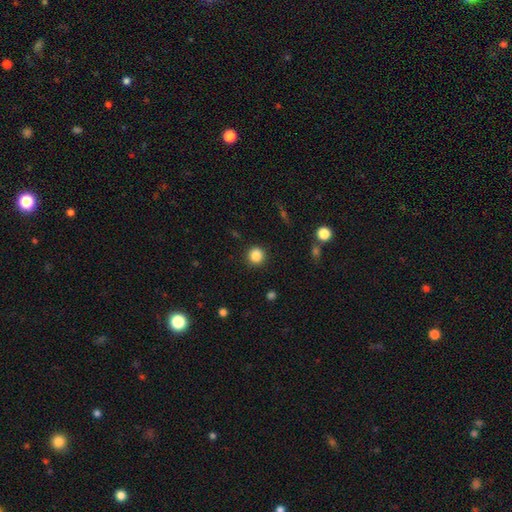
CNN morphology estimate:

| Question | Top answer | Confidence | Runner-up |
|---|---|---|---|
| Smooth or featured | smooth | 86% | star or artifact (11%) |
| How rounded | round | 92% | in between (7%) |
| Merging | none | 91% | minor disturbance (6%) |